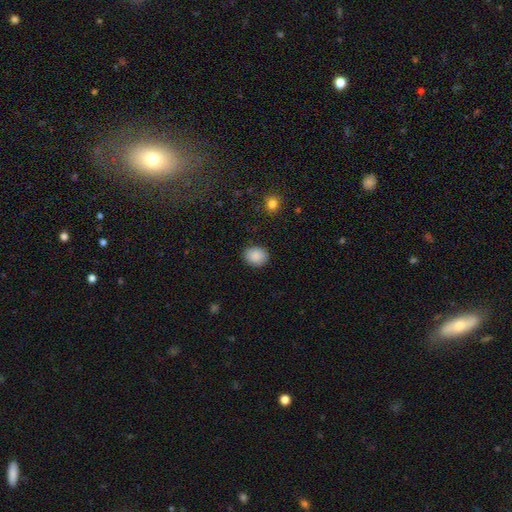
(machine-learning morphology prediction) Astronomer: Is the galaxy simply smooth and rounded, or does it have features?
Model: smooth — 89%.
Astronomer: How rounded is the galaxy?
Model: round — 60% (runner-up: in between, 39%).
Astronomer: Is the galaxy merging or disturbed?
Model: none — 88%.